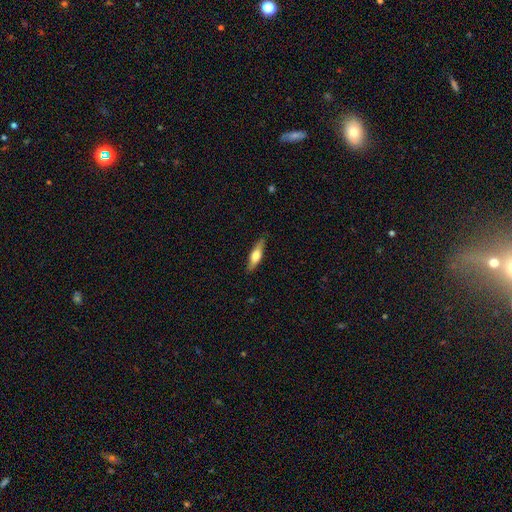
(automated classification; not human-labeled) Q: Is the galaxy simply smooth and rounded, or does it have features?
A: smooth — 55%.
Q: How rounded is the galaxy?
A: cigar-shaped — 64%.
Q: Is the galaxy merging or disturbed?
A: none — 84%.